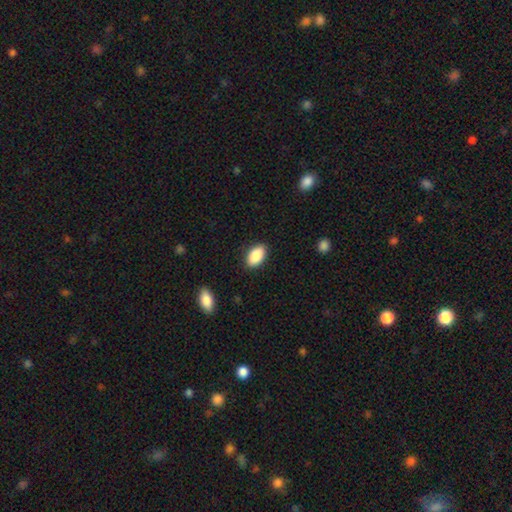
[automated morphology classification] type=smooth (88%); roundness=in between (93%); merging=none (88%).